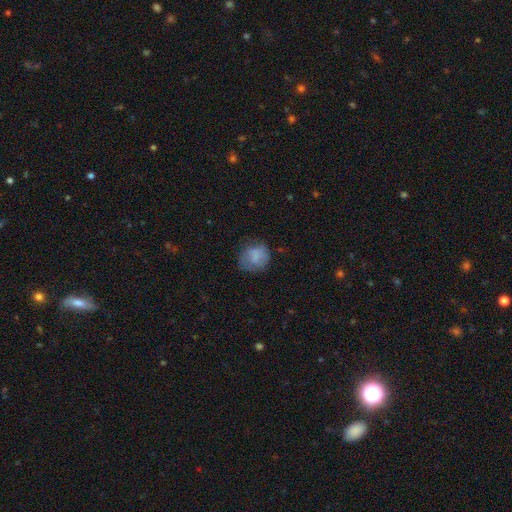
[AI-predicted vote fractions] Overall: smooth (73%). How rounded: round (73%). Merging: none (62%; minor disturbance 25%).